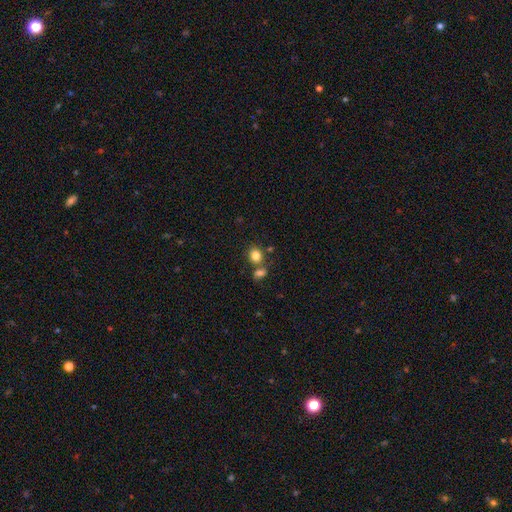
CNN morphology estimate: A smooth galaxy with no disk features (83%) that is round (69%).

Vote fractions:
- Smooth or featured? smooth: 83% / star or artifact: 11% / featured or disk: 6%
- How rounded? round: 69% / in between: 30% / cigar-shaped: 1%
- Merging? none: 59% / merger: 27% / minor disturbance: 10% / major disturbance: 4%